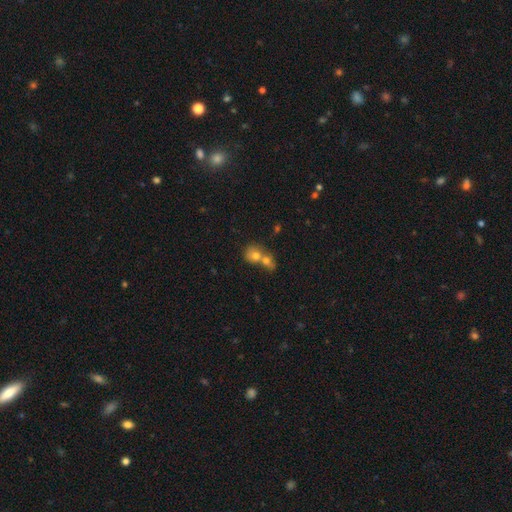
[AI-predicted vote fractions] smooth_or_featured: smooth (p=0.71) [alt: featured or disk p=0.19]
how_rounded: round (p=0.66) [alt: in between p=0.33]
merging: merger (p=0.72) [alt: none p=0.19]